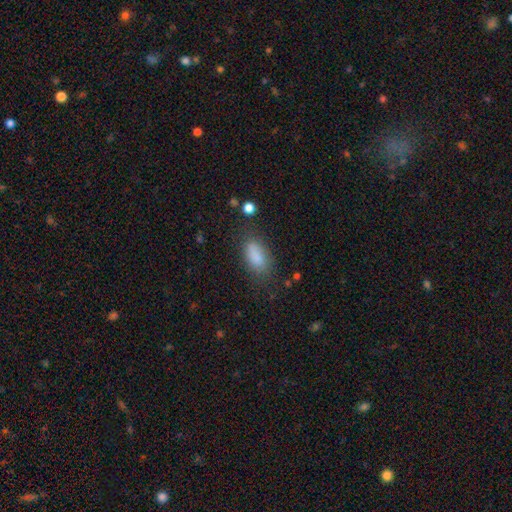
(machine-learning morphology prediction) smooth-or-featured: smooth: 83% | star or artifact: 9% | featured or disk: 7%
  how-rounded: in between: 87% | cigar-shaped: 8% | round: 5%
  merging: none: 68% | minor disturbance: 20% | major disturbance: 8% | merger: 4%